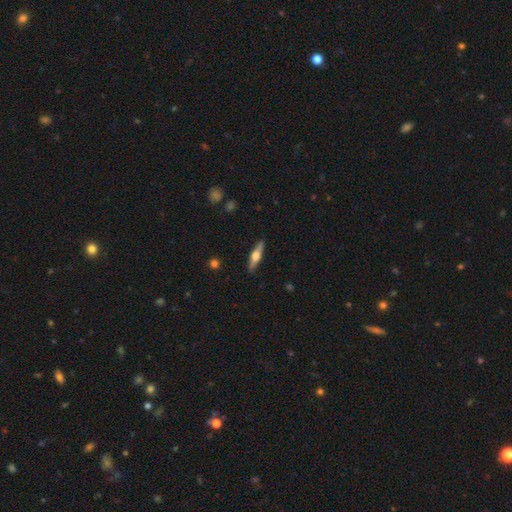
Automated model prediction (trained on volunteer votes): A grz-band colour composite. It shows a featured or disk galaxy (60%) viewed edge-on (96%) with a rounded central bulge (93%). Merging: none (89%).